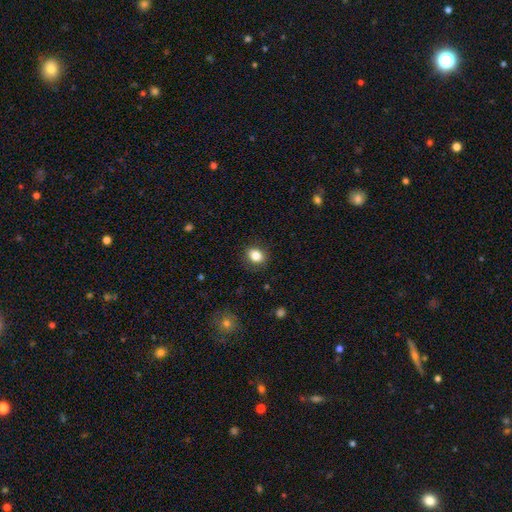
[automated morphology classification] smooth_or_featured: smooth (p=0.85) [alt: star or artifact p=0.09]
how_rounded: in between (p=0.56) [alt: round p=0.43]
merging: none (p=0.87) [alt: minor disturbance p=0.10]